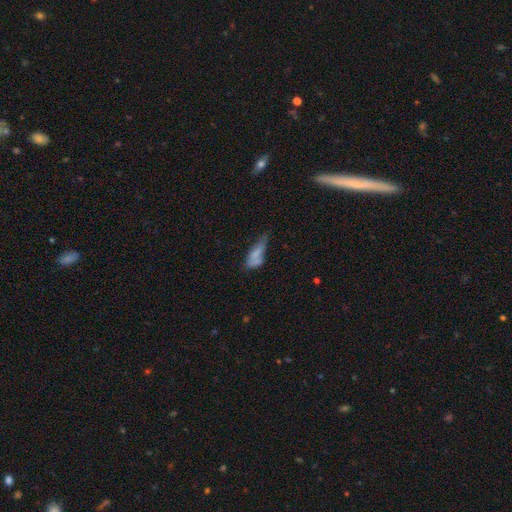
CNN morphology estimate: Smooth or featured?
  - smooth: 69% *
  - featured or disk: 22%
  - star or artifact: 10%
How rounded?
  - in between: 68% *
  - cigar-shaped: 29%
  - round: 3%
Merging?
  - minor disturbance: 34% *
  - major disturbance: 28%
  - none: 25%
  - merger: 13%